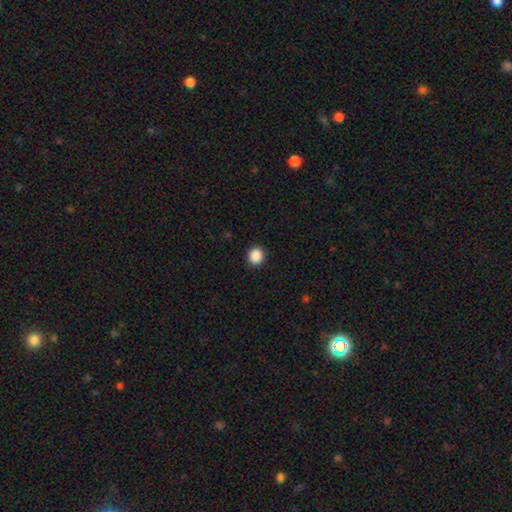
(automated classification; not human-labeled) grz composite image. It shows a smooth galaxy with no disk features (88%) that is round (88%). Merging: none (92%).